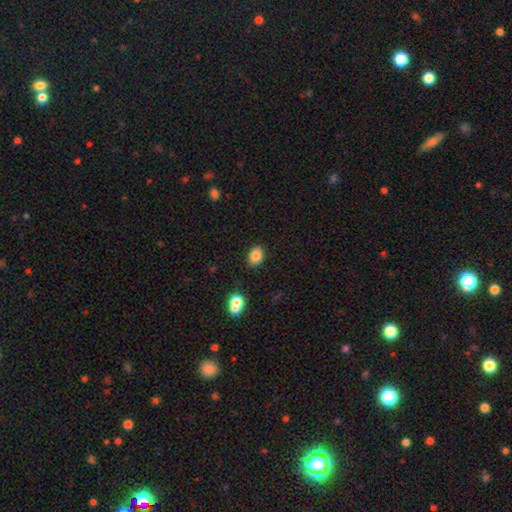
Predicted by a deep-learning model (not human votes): Smooth or featured? smooth (84%)
How rounded? in between (72%)
Merging? none (86%)